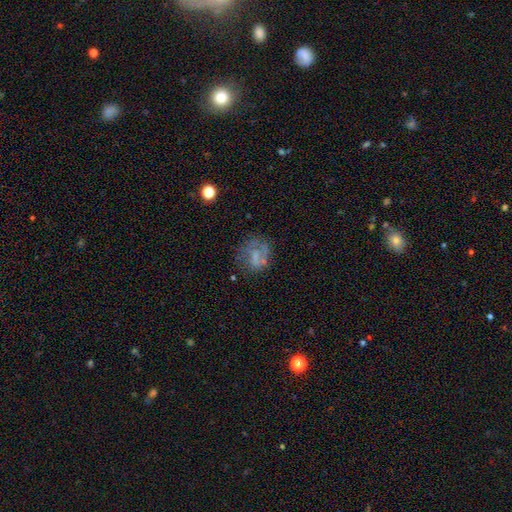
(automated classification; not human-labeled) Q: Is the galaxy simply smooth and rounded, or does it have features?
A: featured or disk — 47%.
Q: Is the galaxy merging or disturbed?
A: none — 50%.